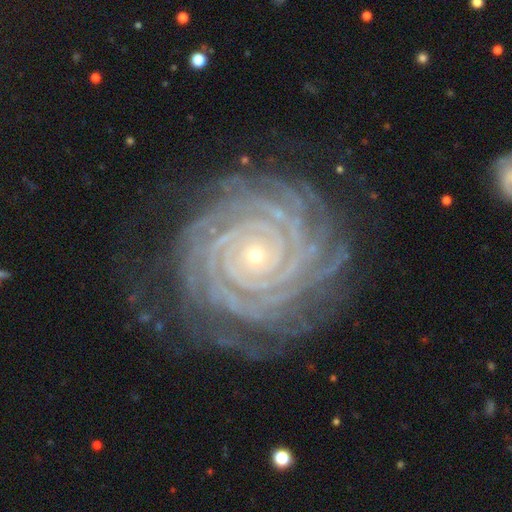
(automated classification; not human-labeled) This is clearly a featured or disk galaxy (92%). It is clearly not viewed edge-on (98%). Bar: likely no (77%). Spiral arm pattern: clearly yes (99%). Spiral arm count: marginally more than 4 (32%). Spiral winding: clearly tight (93%). Central bulge: clearly small (83%). Merging: clearly none (80%).